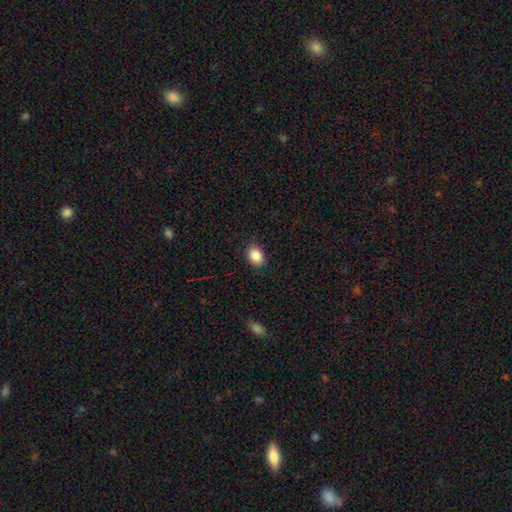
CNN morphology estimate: smooth_or_featured: smooth (p=0.88) [alt: star or artifact p=0.08]
how_rounded: in between (p=0.69) [alt: round p=0.30]
merging: none (p=0.85) [alt: minor disturbance p=0.11]